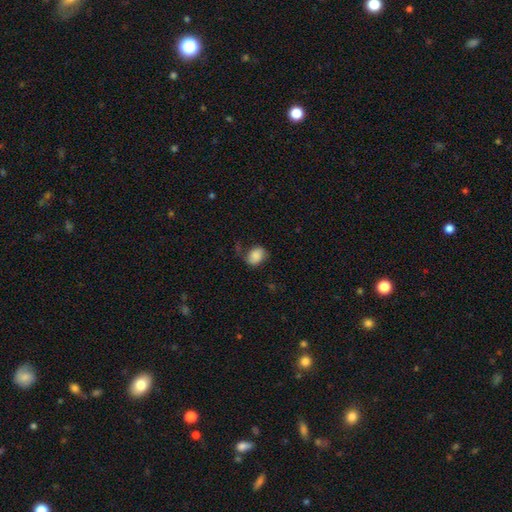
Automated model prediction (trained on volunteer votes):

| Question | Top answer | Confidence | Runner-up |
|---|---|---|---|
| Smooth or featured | smooth | 78% | featured or disk (13%) |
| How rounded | in between | 62% | round (37%) |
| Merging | none | 58% | minor disturbance (28%) |